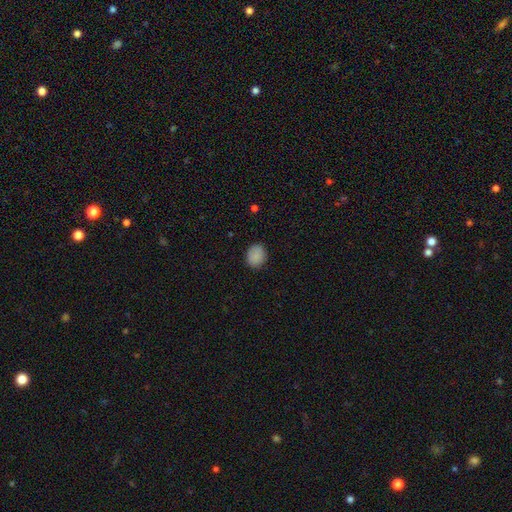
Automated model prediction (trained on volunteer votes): smooth_or_featured: smooth (p=0.87) [alt: star or artifact p=0.08]
how_rounded: round (p=0.68) [alt: in between p=0.31]
merging: none (p=0.87) [alt: minor disturbance p=0.10]